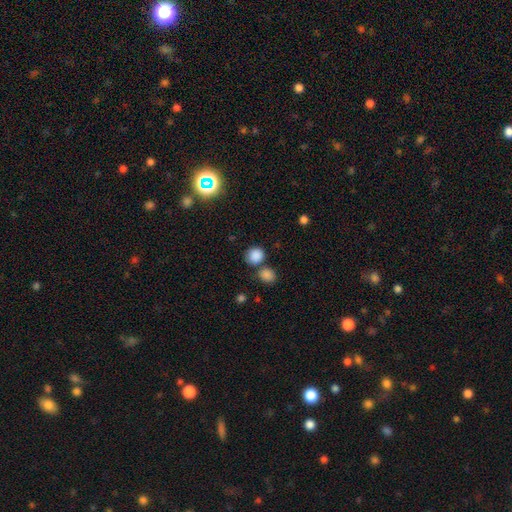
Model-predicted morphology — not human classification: type=smooth (85%); roundness=round (80%); merging=none (66%).